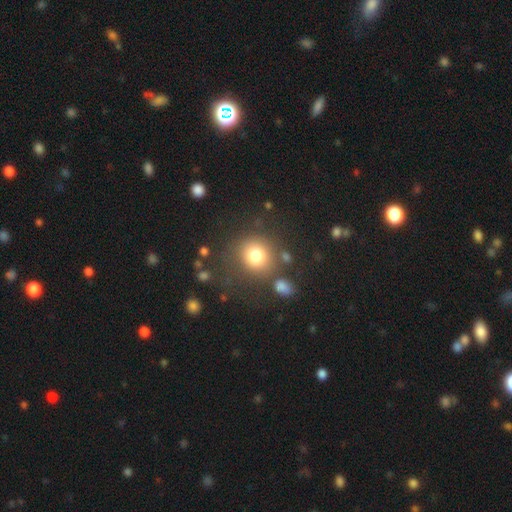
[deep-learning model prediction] The model was most divided on "merging": none: 76%, minor disturbance: 11%, merger: 7%, major disturbance: 7%. More confident: how rounded — round (87%); smooth or featured — smooth (79%).